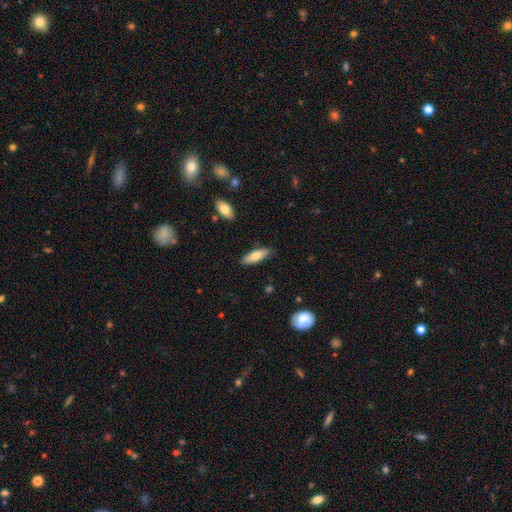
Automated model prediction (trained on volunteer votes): Overall: smooth (74%). How rounded: in between (55%; cigar-shaped 43%). Merging: none (86%).